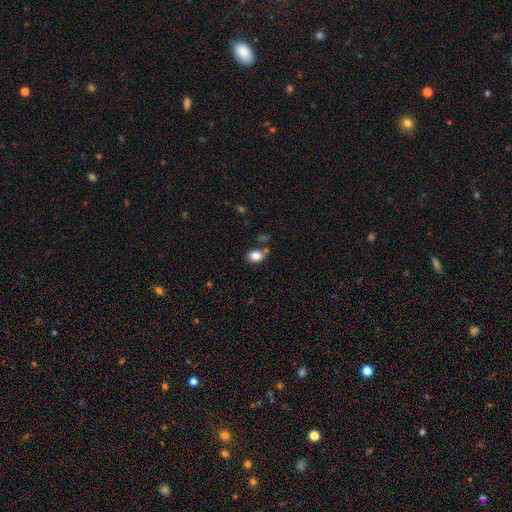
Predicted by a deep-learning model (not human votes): Smooth or featured?
  - smooth: 84% *
  - star or artifact: 10%
  - featured or disk: 6%
How rounded?
  - in between: 63% *
  - round: 36%
  - cigar-shaped: 1%
Merging?
  - none: 67% *
  - minor disturbance: 14%
  - merger: 14%
  - major disturbance: 4%